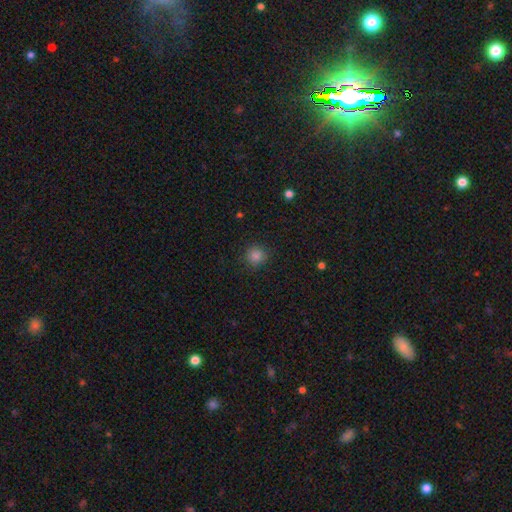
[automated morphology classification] Smooth or featured? Predicted: smooth (p=0.84). How rounded? Predicted: round (p=0.93). Merging? Predicted: none (p=0.89).